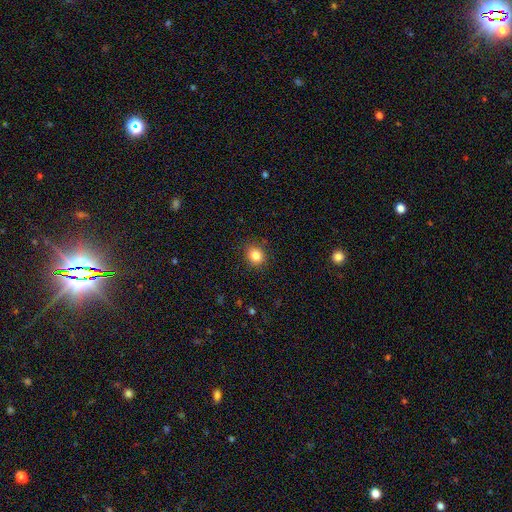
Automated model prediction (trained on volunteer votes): This is clearly a smooth galaxy (84%). How rounded: clearly round (80%). Merging: clearly none (88%).